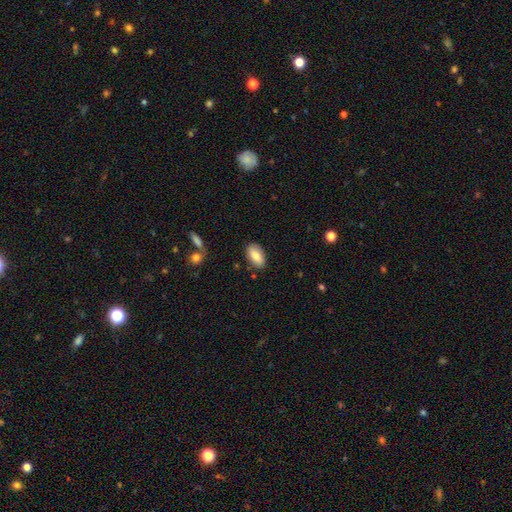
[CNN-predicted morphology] This is clearly a smooth galaxy (80%). How rounded: clearly in between (93%). Merging: clearly none (85%).